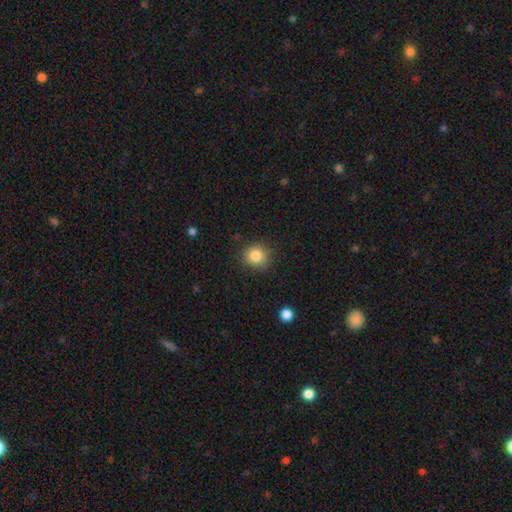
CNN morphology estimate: Smooth or featured? Predicted: smooth (p=0.84). How rounded? Predicted: round (p=0.87). Merging? Predicted: none (p=0.85).